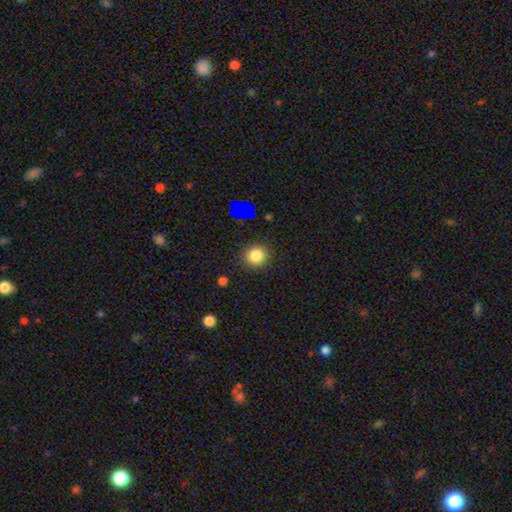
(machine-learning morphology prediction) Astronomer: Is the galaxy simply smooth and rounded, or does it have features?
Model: smooth — 79%.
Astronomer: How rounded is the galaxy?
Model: round — 86%.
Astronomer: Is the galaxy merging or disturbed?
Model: none — 88%.